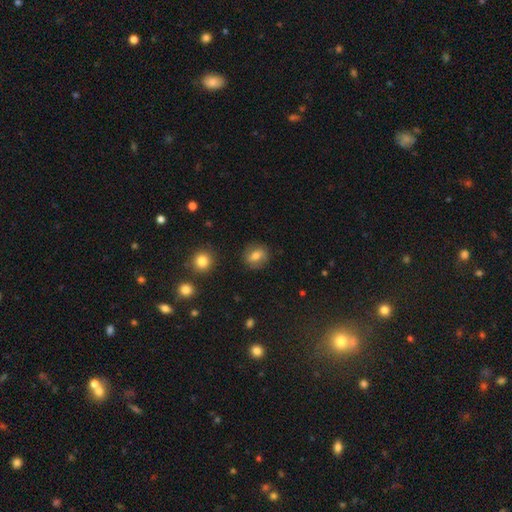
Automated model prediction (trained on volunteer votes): Smooth or featured: smooth — 63% (featured or disk — 26%)
How rounded: round — 72% (in between — 27%)
Merging: none — 84% (minor disturbance — 11%)